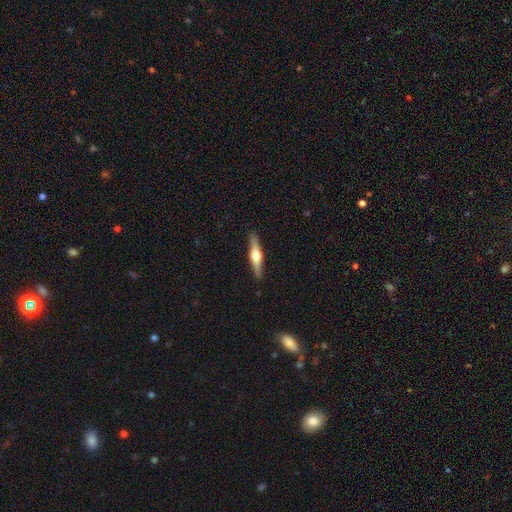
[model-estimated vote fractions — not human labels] featured or disk 66%, smooth 29%, star or artifact 5%. Down the decision tree: edge-on disk — yes (97%); edge-on bulge — rounded (94%); merging — none (91%).